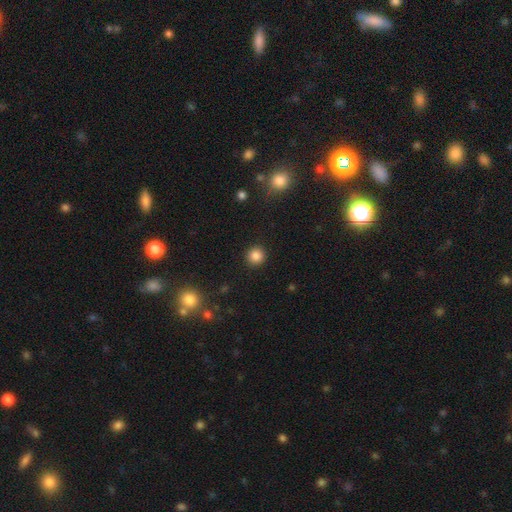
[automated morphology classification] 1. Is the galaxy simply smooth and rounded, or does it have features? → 85% smooth, 11% star or artifact, 4% featured or disk.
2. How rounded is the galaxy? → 94% round, 5% in between, 1% cigar-shaped.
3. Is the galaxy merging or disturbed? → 91% none, 5% minor disturbance, 2% major disturbance, 1% merger.